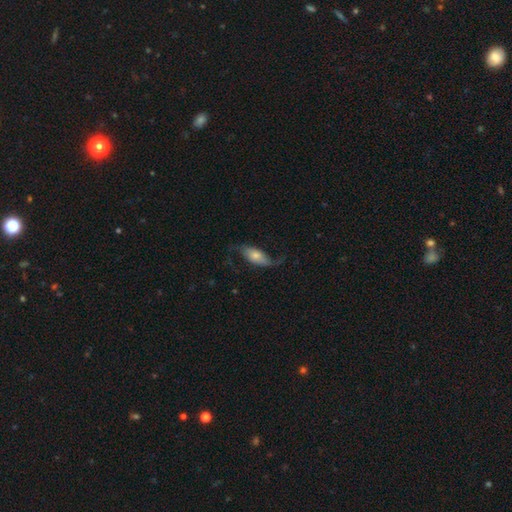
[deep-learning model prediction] Q: Smooth or featured?
A: featured or disk (60%); runner-up: smooth (33%)
Q: Edge-on disk?
A: no (89%); runner-up: yes (11%)
Q: Bar?
A: no (66%); runner-up: weak (24%)
Q: Spiral arms?
A: yes (88%); runner-up: no (12%)
Q: Bulge size?
A: small (47%); runner-up: moderate (34%)
Q: Merging?
A: none (58%); runner-up: minor disturbance (21%)